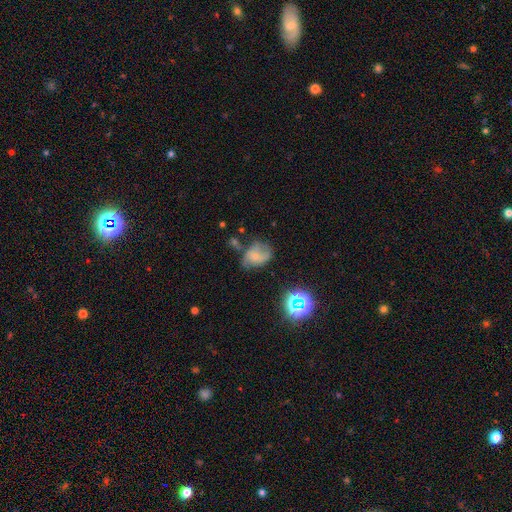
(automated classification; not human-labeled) Q: Smooth or featured?
A: featured or disk (46%); runner-up: smooth (38%)
Q: Merging?
A: none (37%); runner-up: minor disturbance (32%)